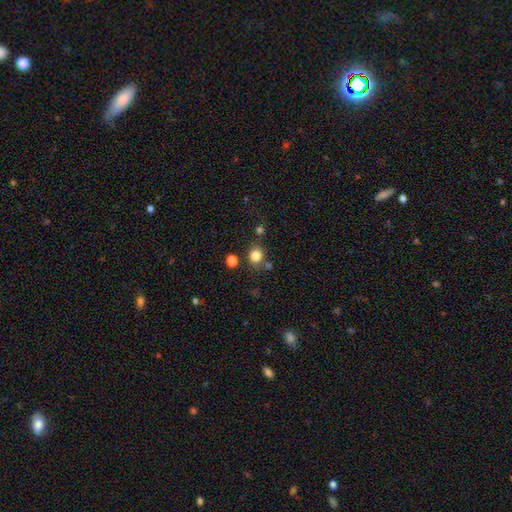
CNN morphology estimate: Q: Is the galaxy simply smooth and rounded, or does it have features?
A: smooth — 82%.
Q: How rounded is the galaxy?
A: round — 80%.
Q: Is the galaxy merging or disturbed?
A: none — 76%.